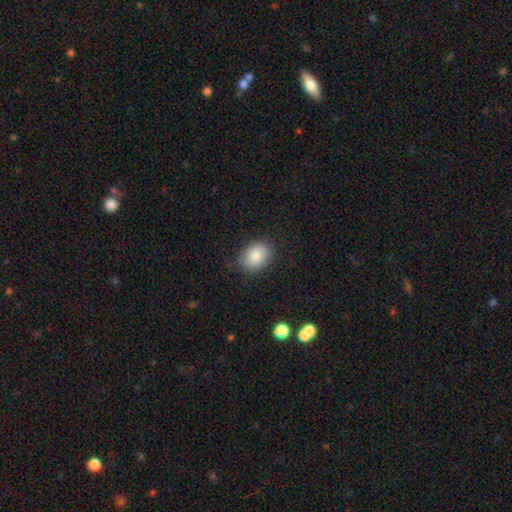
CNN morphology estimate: This appears to be a smooth galaxy with no disk features (85%) that is in between round and cigar-shaped (66%). Merging: none (83%).